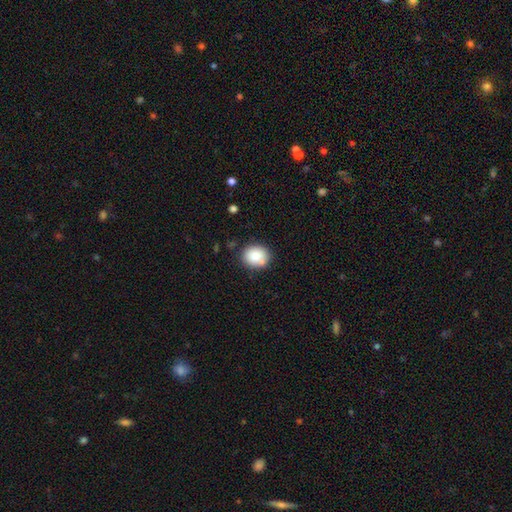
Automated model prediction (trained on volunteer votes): Smooth or featured? Predicted: smooth (p=0.82). How rounded? Predicted: round (p=0.69). Merging? Predicted: none (p=0.78).